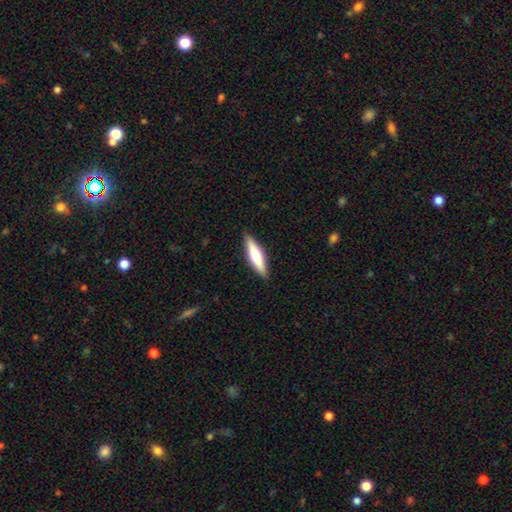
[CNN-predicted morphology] The model was most divided on "smooth or featured": smooth: 64%, featured or disk: 31%, star or artifact: 5%. More confident: merging — none (89%); how rounded — cigar-shaped (78%).